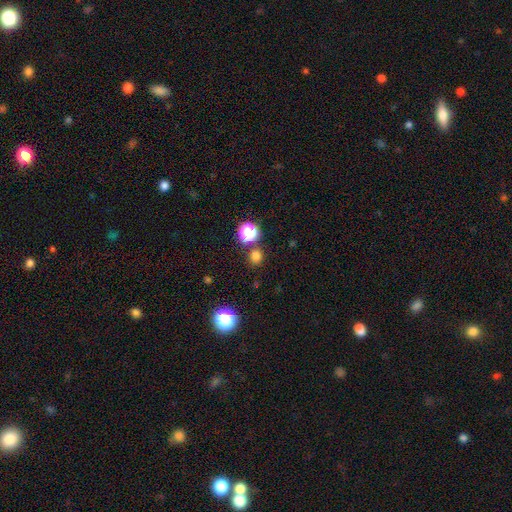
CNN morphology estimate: smooth 72%, star or artifact 23%, featured or disk 5%. Down the decision tree: how rounded — round (87%); merging — none (80%).